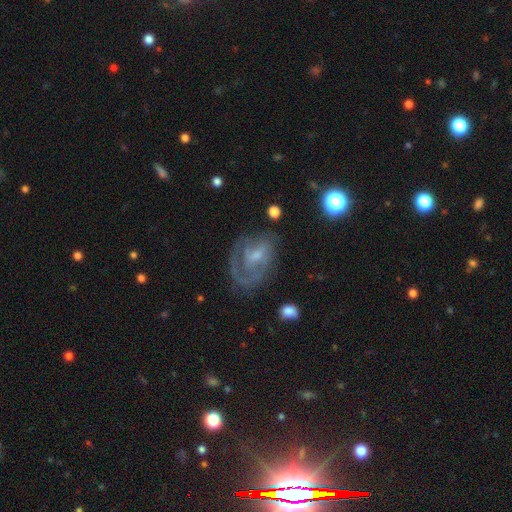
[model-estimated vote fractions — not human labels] This appears to be a featured or disk galaxy (72%) with no bar (47%), 1 (34%) tight (47%) spiral arms (80%) and a small central bulge (52%). Merging: none (55%).